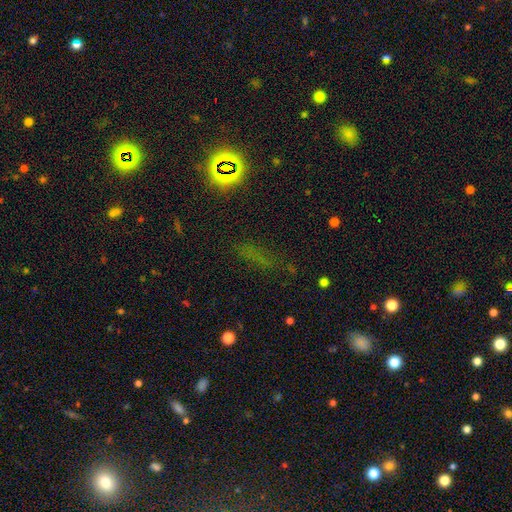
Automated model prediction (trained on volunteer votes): A star or artifact, not a galaxy (50%).